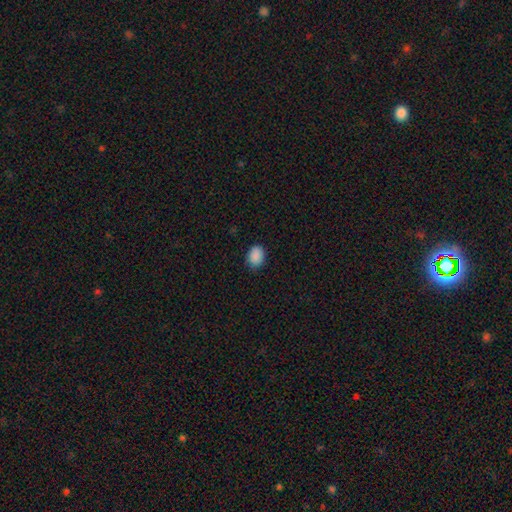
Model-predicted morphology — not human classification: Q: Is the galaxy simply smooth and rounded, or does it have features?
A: smooth — 89%.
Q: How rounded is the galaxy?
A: in between — 65%.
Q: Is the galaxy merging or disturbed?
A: none — 83%.